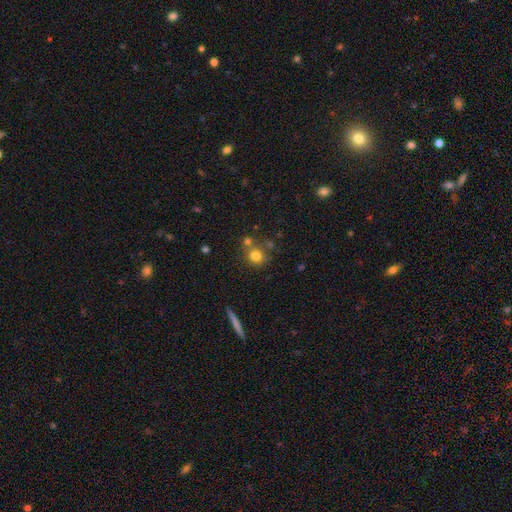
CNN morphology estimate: Smooth or featured?
  - smooth: 78% *
  - star or artifact: 13%
  - featured or disk: 9%
How rounded?
  - round: 88% *
  - in between: 11%
  - cigar-shaped: 1%
Merging?
  - none: 64% *
  - merger: 22%
  - minor disturbance: 10%
  - major disturbance: 4%